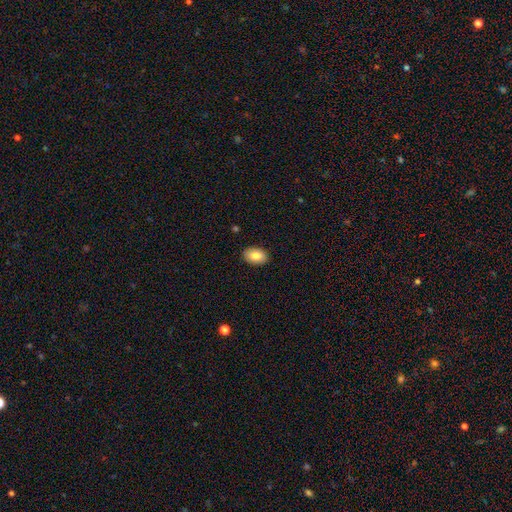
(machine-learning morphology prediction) A smooth galaxy with no disk features (84%) that is in between round and cigar-shaped (89%). Merging: none (89%).